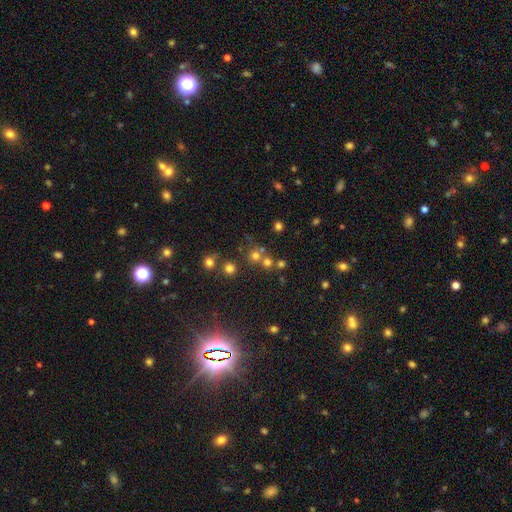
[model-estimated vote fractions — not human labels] Morphology: type=smooth (65%); roundness=round (91%); merging=none (63%).